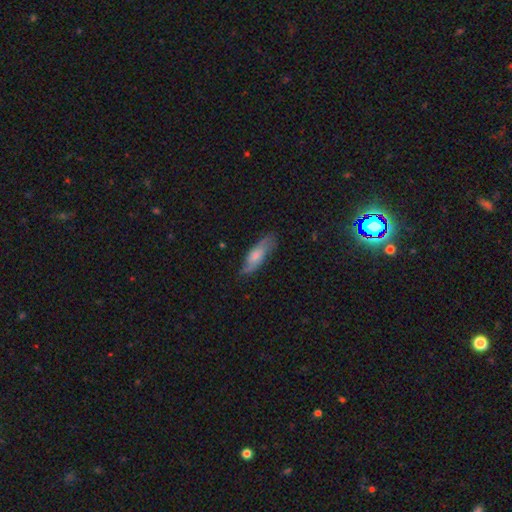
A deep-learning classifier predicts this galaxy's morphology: The model was most divided on "smooth or featured": smooth: 49%, featured or disk: 44%, star or artifact: 8%. More confident: merging — none (76%).